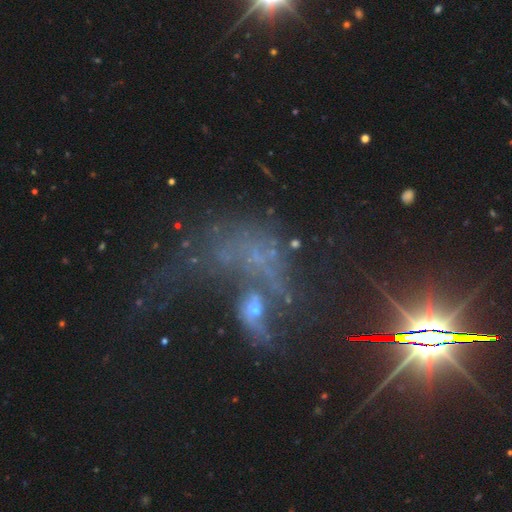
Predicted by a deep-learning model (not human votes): A featured or disk galaxy (42%). Merging: merger (35%).